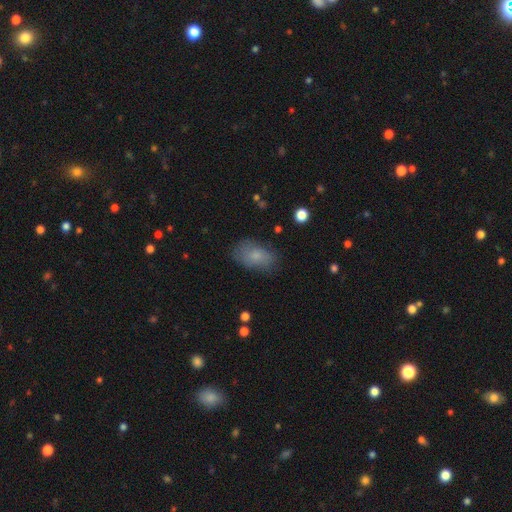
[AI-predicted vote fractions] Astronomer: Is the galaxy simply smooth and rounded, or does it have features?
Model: smooth — 75%.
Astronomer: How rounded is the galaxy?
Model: in between — 90%.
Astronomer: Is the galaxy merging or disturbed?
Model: none — 74%.